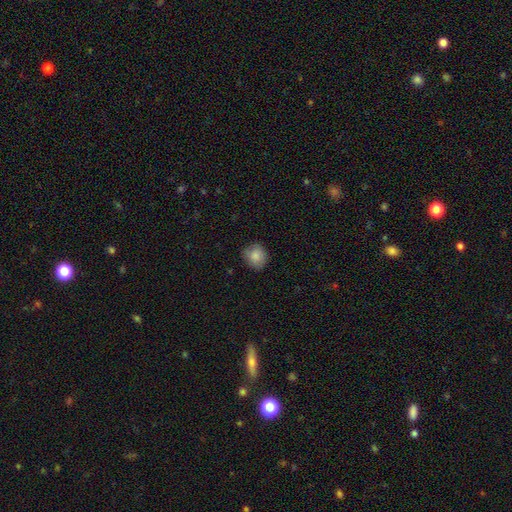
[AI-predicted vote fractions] A smooth galaxy with no disk features (86%) that is round (76%).

Vote fractions:
- Smooth or featured? smooth: 86% / star or artifact: 8% / featured or disk: 7%
- How rounded? round: 76% / in between: 23% / cigar-shaped: 1%
- Merging? none: 79% / minor disturbance: 17% / major disturbance: 3% / merger: 1%